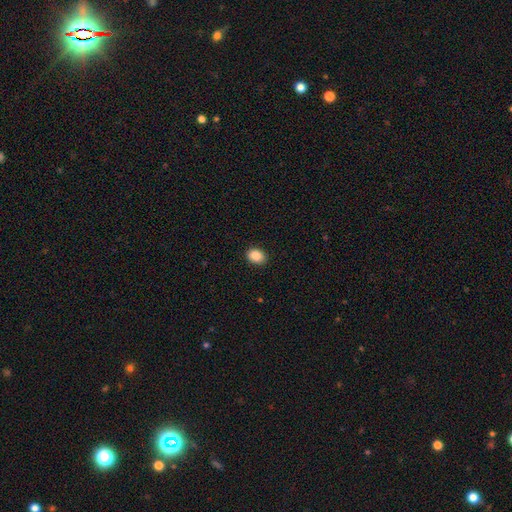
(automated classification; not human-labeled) This appears to be a smooth galaxy with no disk features (89%) that is in between round and cigar-shaped (71%). Merging: none (90%).